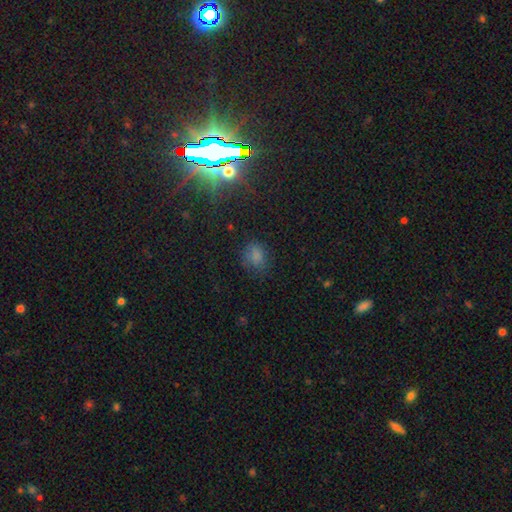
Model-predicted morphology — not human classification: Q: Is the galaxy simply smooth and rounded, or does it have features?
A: smooth — 71%.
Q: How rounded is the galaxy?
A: round — 51%.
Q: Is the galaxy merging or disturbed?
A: none — 71%.